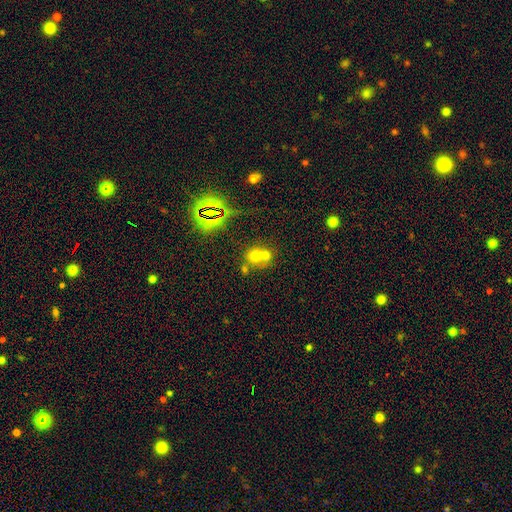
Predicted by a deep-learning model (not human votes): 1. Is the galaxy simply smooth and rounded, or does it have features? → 60% smooth, 21% star or artifact, 20% featured or disk.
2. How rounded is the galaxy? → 76% round, 23% in between, 1% cigar-shaped.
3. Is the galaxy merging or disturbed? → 59% merger, 32% none, 6% minor disturbance, 3% major disturbance.